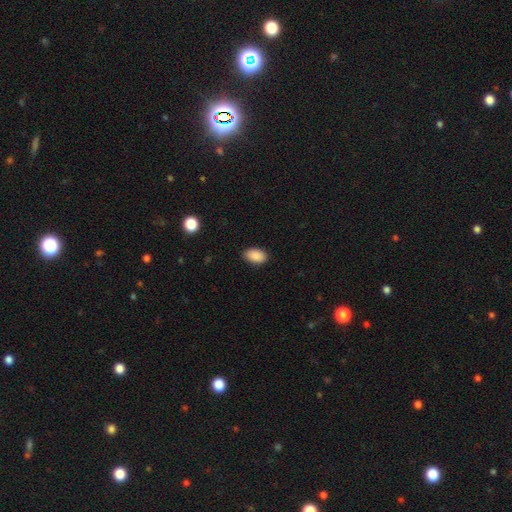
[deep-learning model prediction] The model was most divided on "merging": none: 88%, minor disturbance: 9%, major disturbance: 2%, merger: 1%. More confident: how rounded — in between (92%); smooth or featured — smooth (89%).